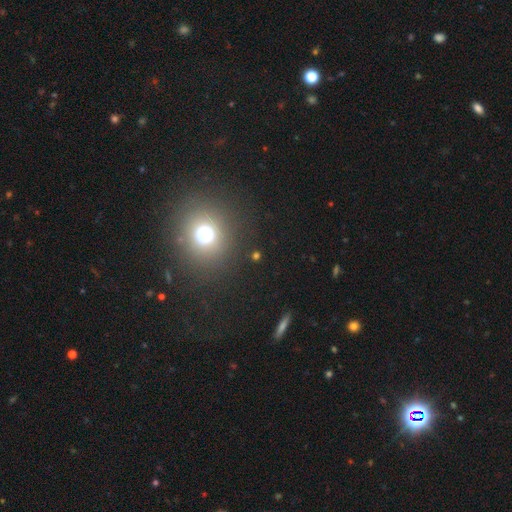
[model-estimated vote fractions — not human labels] Morphology: type=star or artifact (52%).